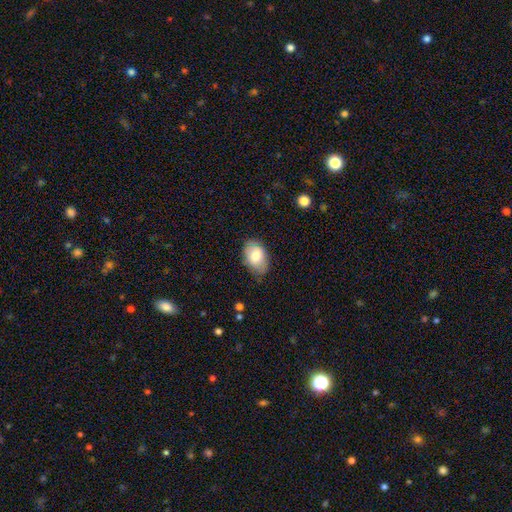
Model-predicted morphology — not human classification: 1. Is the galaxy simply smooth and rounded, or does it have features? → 77% smooth, 17% featured or disk, 7% star or artifact.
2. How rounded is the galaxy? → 88% in between, 11% round, 1% cigar-shaped.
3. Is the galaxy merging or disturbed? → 71% none, 23% minor disturbance, 5% major disturbance, 1% merger.